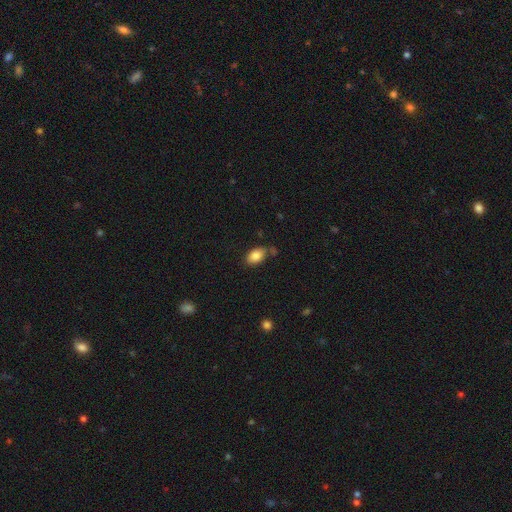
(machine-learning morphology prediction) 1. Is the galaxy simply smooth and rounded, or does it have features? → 85% smooth, 8% star or artifact, 7% featured or disk.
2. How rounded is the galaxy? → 90% in between, 9% round, 2% cigar-shaped.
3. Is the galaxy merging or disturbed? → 67% none, 19% minor disturbance, 8% merger, 5% major disturbance.